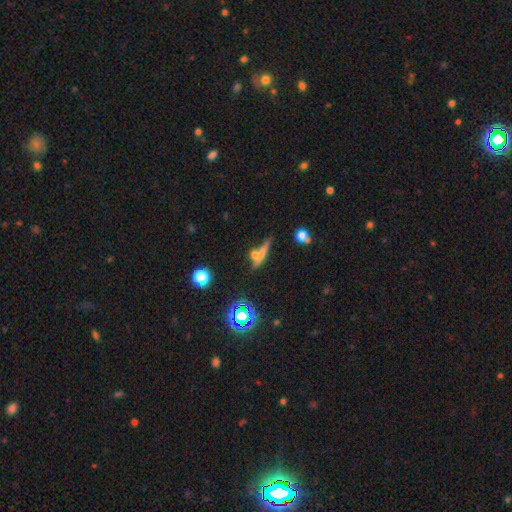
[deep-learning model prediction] This is possibly a smooth galaxy (48%). Merging: marginally none (44%).